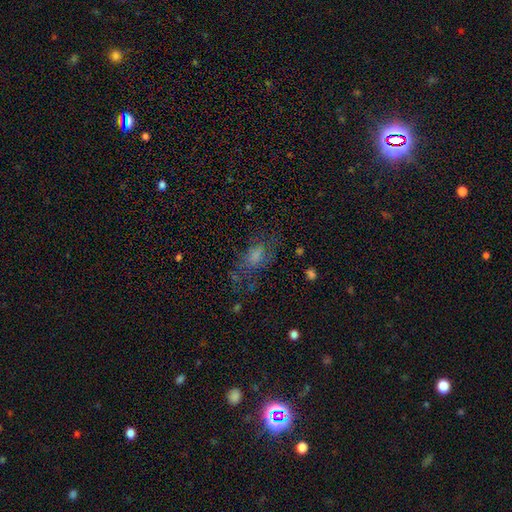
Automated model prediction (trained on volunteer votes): Smooth or featured? Predicted: smooth (p=0.48). Merging? Predicted: none (p=0.53).